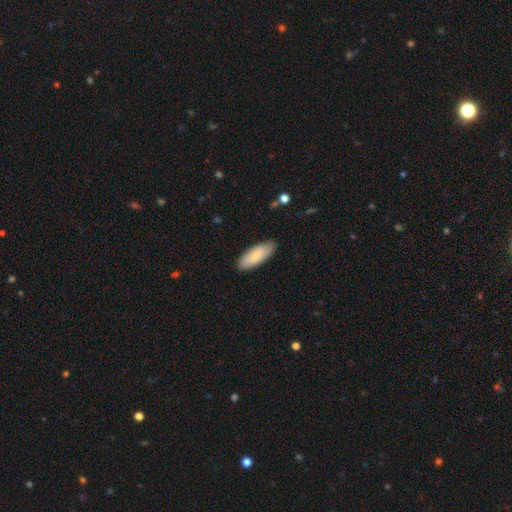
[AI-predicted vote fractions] Smooth or featured: smooth — 80% (featured or disk — 15%)
How rounded: in between — 75% (cigar-shaped — 23%)
Merging: none — 86% (minor disturbance — 11%)